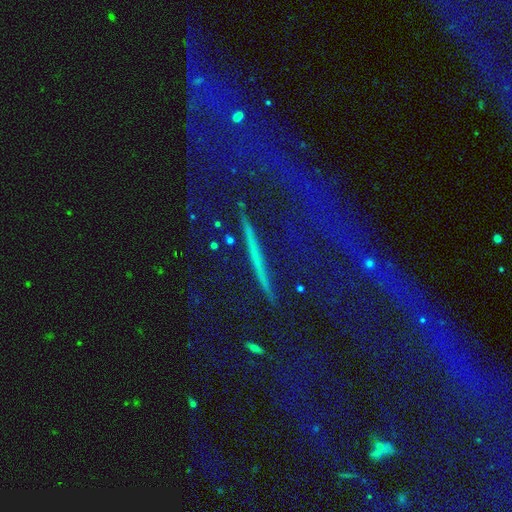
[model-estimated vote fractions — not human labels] Q: Smooth or featured?
A: star or artifact (48%); runner-up: featured or disk (35%)